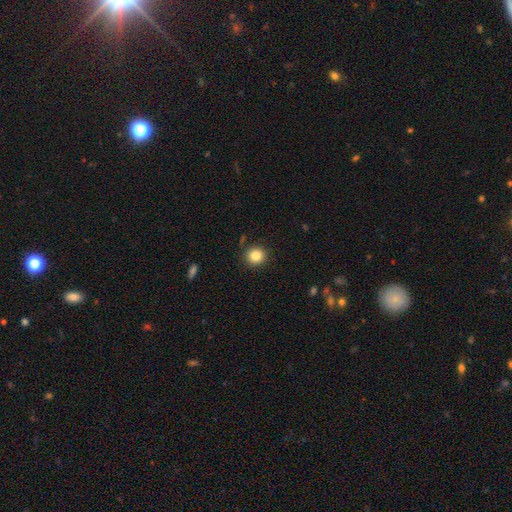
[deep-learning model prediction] Smooth or featured: smooth — 84% (star or artifact — 11%)
How rounded: round — 89% (in between — 10%)
Merging: none — 89% (minor disturbance — 7%)